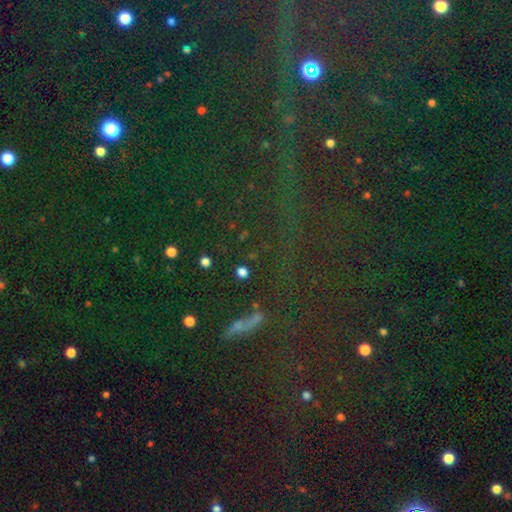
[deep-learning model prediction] This is likely a star or artifact rather than a galaxy (78%).